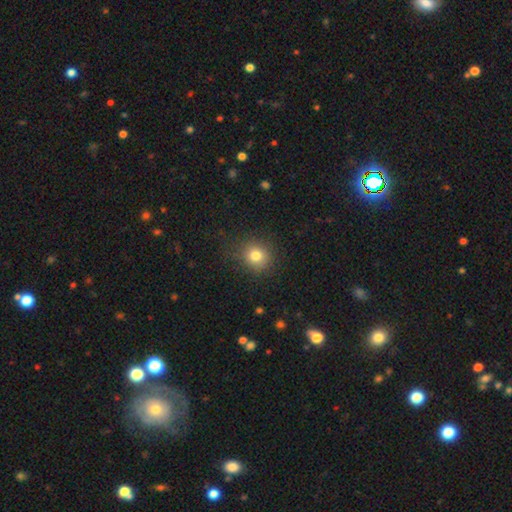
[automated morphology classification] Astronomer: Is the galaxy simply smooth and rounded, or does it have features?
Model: smooth — 80%.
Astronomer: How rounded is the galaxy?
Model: round — 86%.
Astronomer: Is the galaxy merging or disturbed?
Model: none — 85%.